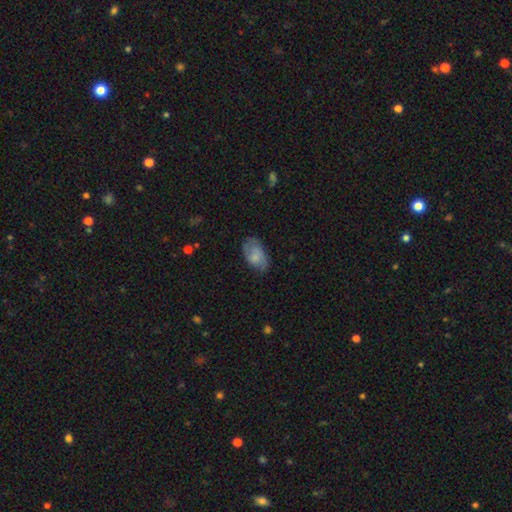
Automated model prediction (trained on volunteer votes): Overall: smooth (59%; featured or disk 33%). How rounded: in between (92%). Merging: none (60%; minor disturbance 28%).